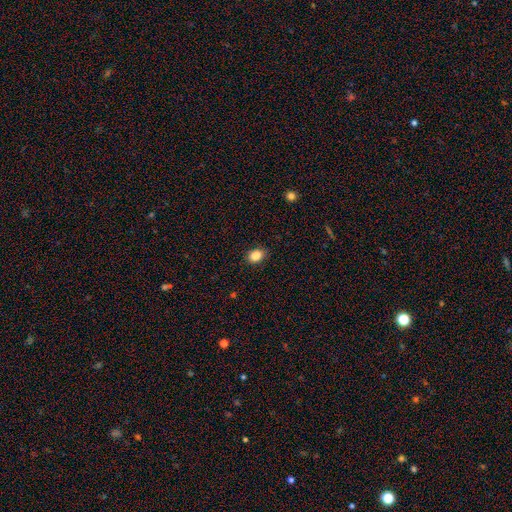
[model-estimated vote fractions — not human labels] Overall: smooth (86%). How rounded: in between (67%; round 31%). Merging: none (88%).